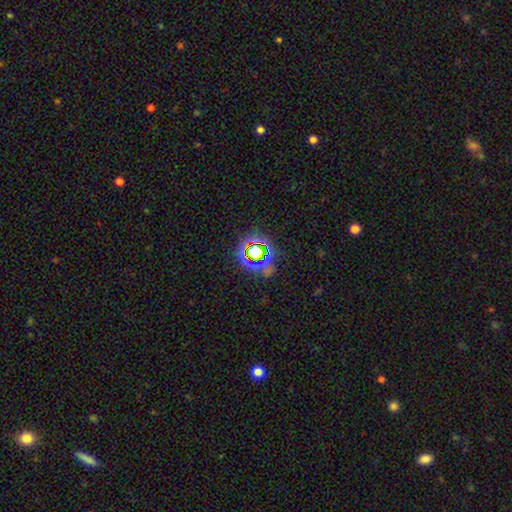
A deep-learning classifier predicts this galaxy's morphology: A star or artifact, not a galaxy (73%).